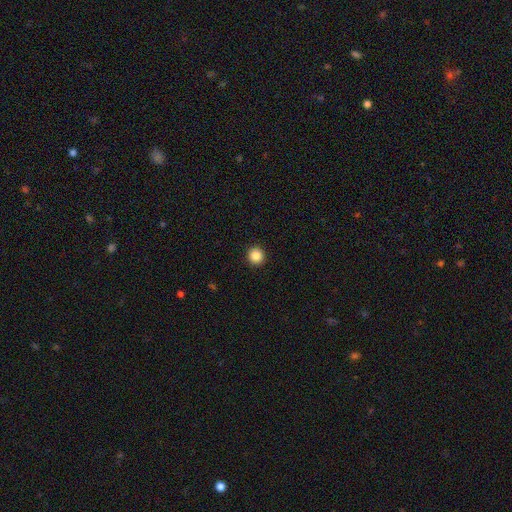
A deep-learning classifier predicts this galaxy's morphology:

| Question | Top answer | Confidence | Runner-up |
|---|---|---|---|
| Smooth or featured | smooth | 86% | star or artifact (10%) |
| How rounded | round | 95% | in between (4%) |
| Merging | none | 93% | minor disturbance (4%) |